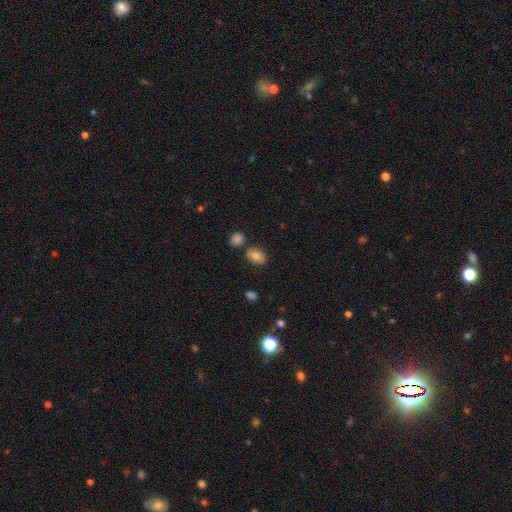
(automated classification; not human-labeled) This appears to be a smooth galaxy with no disk features (81%) that is in between round and cigar-shaped (79%). Merging: none (76%).